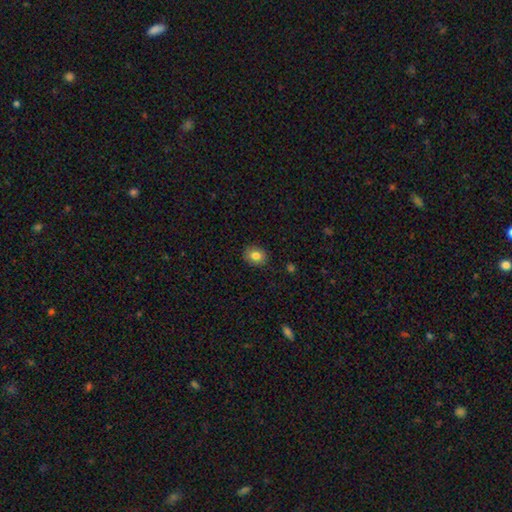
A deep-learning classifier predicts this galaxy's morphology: This is clearly a smooth galaxy (82%). How rounded: possibly round (55%). Merging: clearly none (88%).